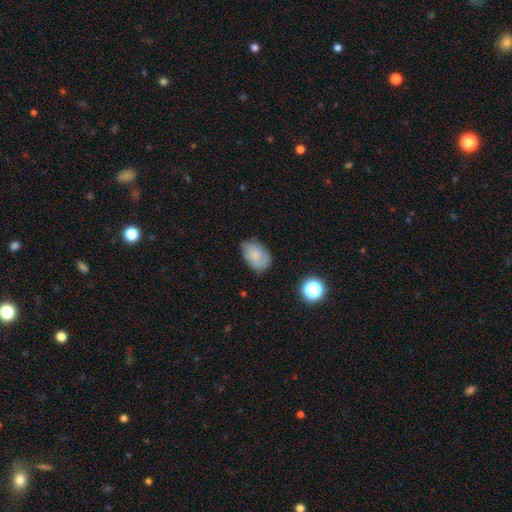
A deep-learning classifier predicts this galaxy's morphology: A smooth galaxy with no disk features (73%) that is in between round and cigar-shaped (85%).

Vote fractions:
- Smooth or featured? smooth: 73% / featured or disk: 18% / star or artifact: 9%
- How rounded? in between: 85% / round: 14% / cigar-shaped: 1%
- Merging? none: 62% / minor disturbance: 30% / major disturbance: 7% / merger: 2%